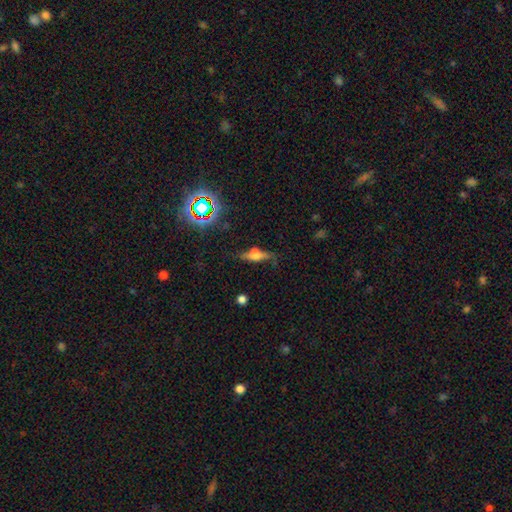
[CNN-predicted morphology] Smooth or featured: featured or disk — 49% (smooth — 36%)
Merging: none — 59% (minor disturbance — 24%)